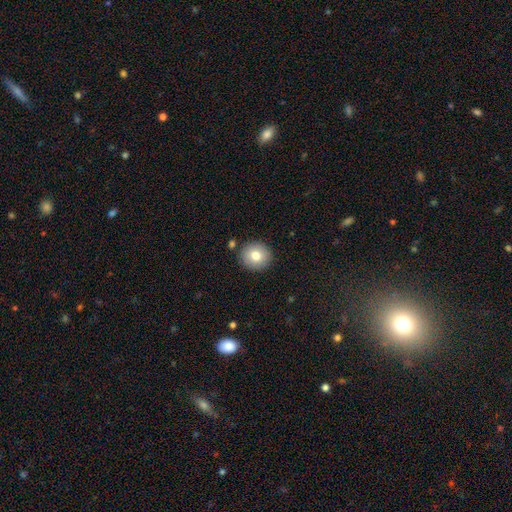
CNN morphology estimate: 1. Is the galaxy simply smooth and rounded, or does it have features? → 78% smooth, 13% featured or disk, 9% star or artifact.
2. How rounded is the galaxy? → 92% round, 8% in between, 1% cigar-shaped.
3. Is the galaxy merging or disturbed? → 88% none, 7% minor disturbance, 3% merger, 2% major disturbance.